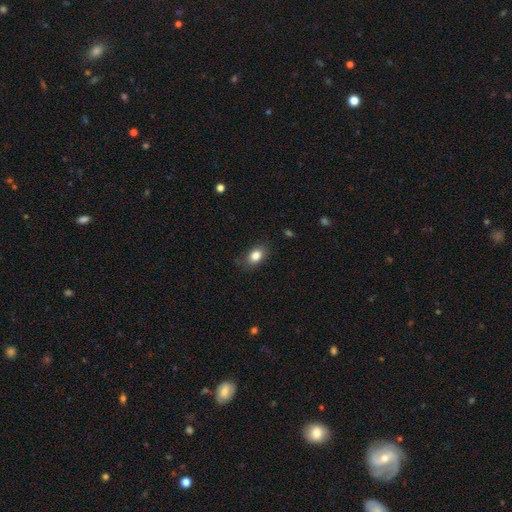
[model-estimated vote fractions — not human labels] Smooth or featured? Predicted: smooth (p=0.84). How rounded? Predicted: in between (p=0.78). Merging? Predicted: none (p=0.78).